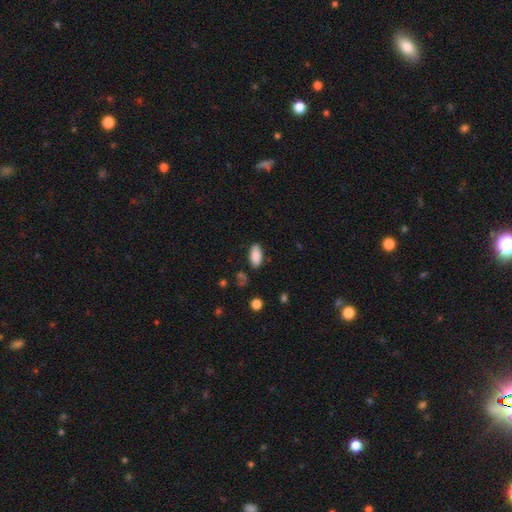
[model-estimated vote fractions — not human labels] A smooth galaxy with no disk features (88%) that is in between round and cigar-shaped (89%).

Vote fractions:
- Smooth or featured? smooth: 88% / star or artifact: 7% / featured or disk: 5%
- How rounded? in between: 89% / cigar-shaped: 8% / round: 2%
- Merging? none: 81% / minor disturbance: 14% / major disturbance: 3% / merger: 2%